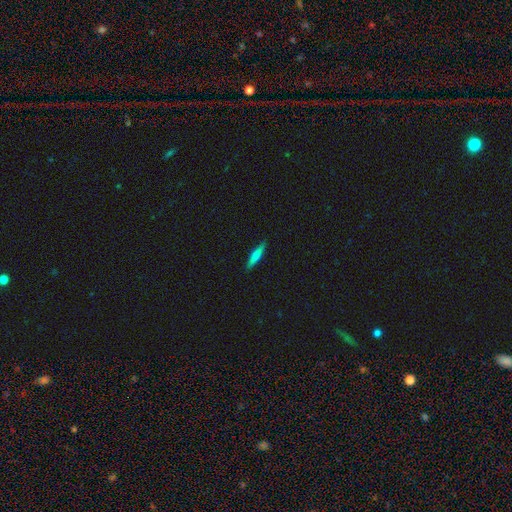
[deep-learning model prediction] Smooth or featured: smooth — 63% (featured or disk — 30%)
How rounded: cigar-shaped — 89% (in between — 10%)
Merging: none — 90% (minor disturbance — 7%)